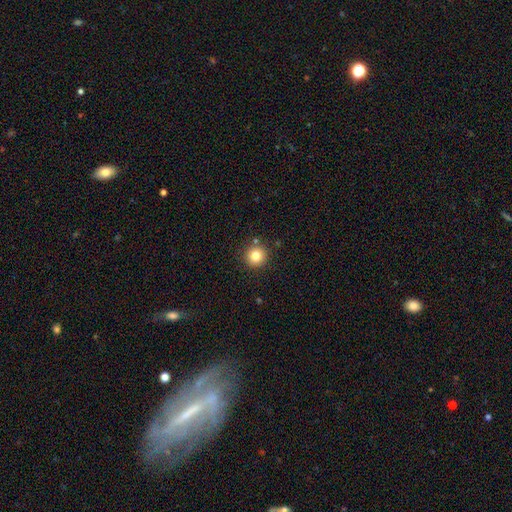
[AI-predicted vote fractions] This is clearly a smooth galaxy (80%). How rounded: clearly round (95%). Merging: clearly none (87%).